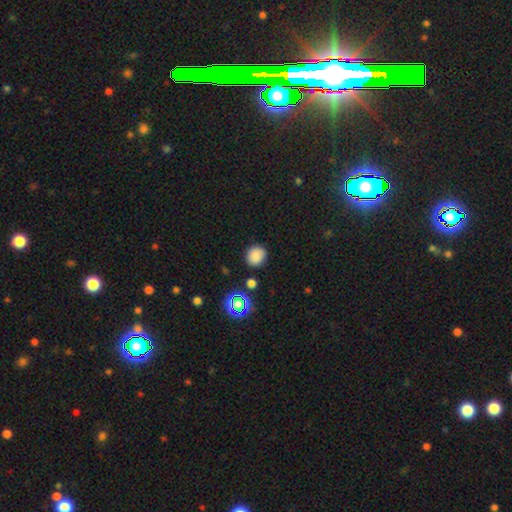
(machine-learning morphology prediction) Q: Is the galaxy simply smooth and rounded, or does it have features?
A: smooth — 81%.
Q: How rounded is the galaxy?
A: round — 85%.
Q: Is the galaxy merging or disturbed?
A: none — 86%.